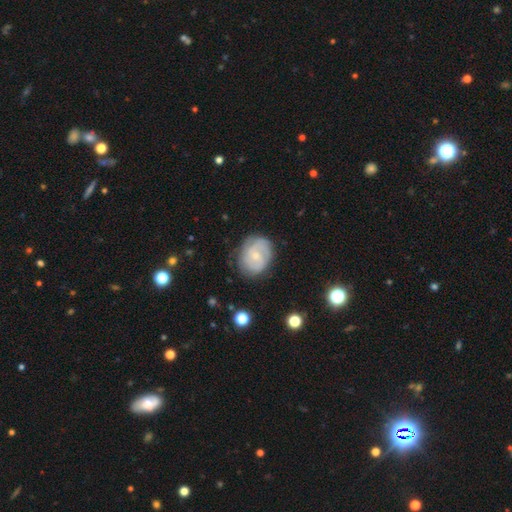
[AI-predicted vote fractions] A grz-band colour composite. It shows a featured or disk galaxy (72%) with no bar (58%), 2 (47%) tight (53%) spiral arms (91%) and a small central bulge (71%). Merging: none (75%).